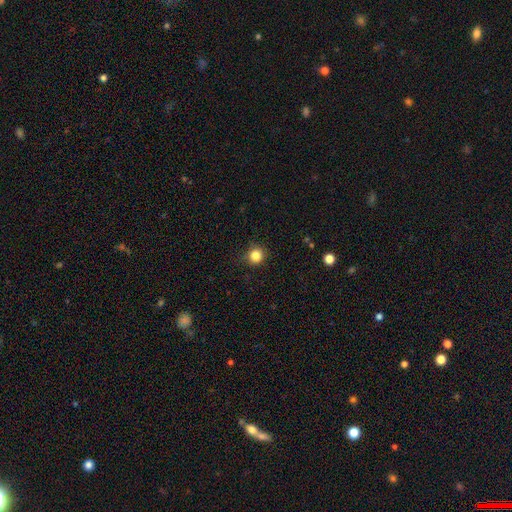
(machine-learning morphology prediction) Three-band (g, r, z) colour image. It shows a smooth galaxy with no disk features (84%) that is round (92%). Merging: none (86%).